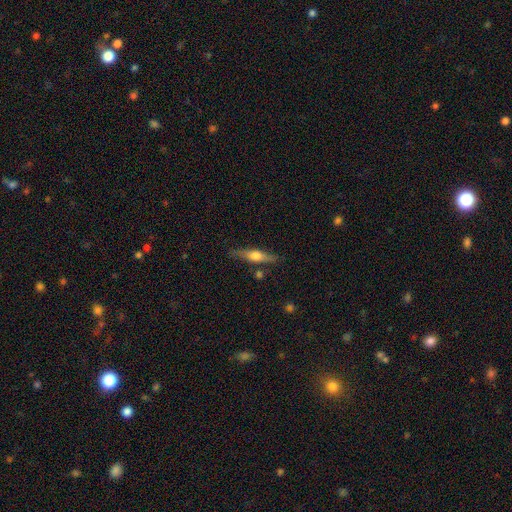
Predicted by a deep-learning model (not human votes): Smooth or featured: featured or disk — 55% (smooth — 39%)
Edge-on disk: yes — 92% (no — 8%)
Edge-on bulge: rounded — 90% (boxy — 6%)
Merging: none — 80% (minor disturbance — 13%)